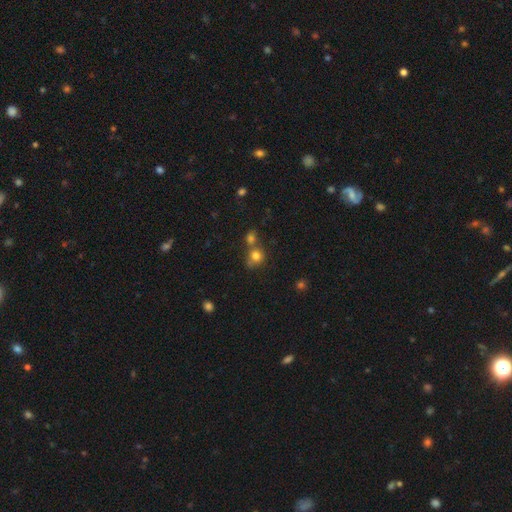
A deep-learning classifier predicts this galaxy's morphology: A smooth galaxy with no disk features (79%) that is round (80%). Merging: none (46%).